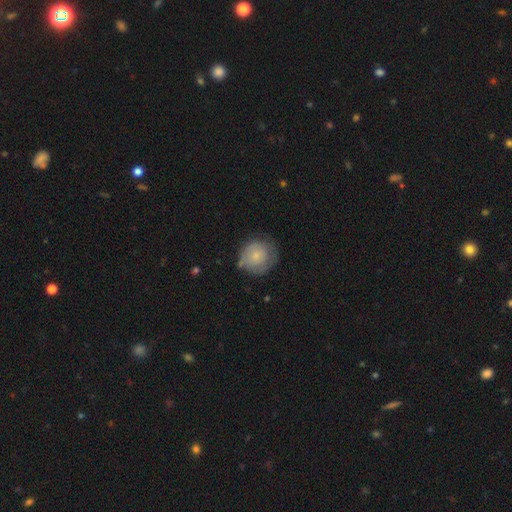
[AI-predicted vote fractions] smooth-or-featured: smooth: 68% | featured or disk: 25% | star or artifact: 7%
  how-rounded: round: 87% | in between: 12% | cigar-shaped: 1%
  merging: none: 59% | minor disturbance: 28% | major disturbance: 10% | merger: 3%